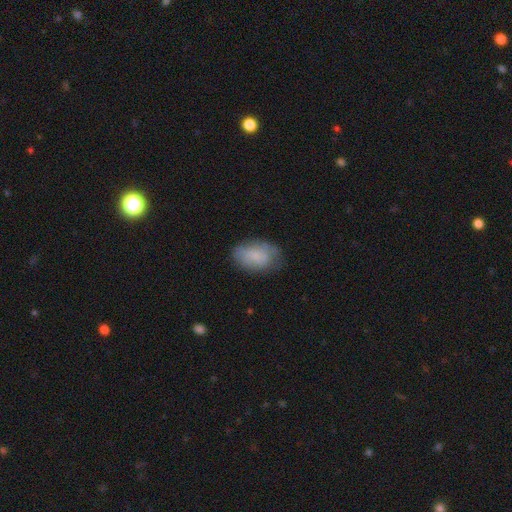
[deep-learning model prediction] smooth-or-featured: smooth: 75% | featured or disk: 17% | star or artifact: 8%
  how-rounded: in between: 88% | round: 11% | cigar-shaped: 1%
  merging: none: 64% | minor disturbance: 26% | major disturbance: 8% | merger: 2%